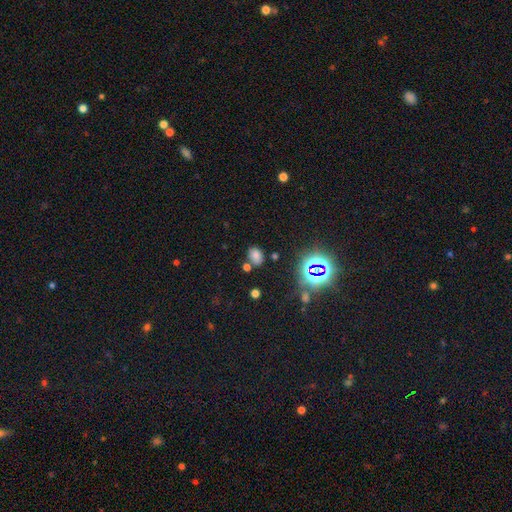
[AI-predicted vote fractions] smooth 67%, star or artifact 26%, featured or disk 8%. Down the decision tree: how rounded — in between (75%); merging — none (72%).